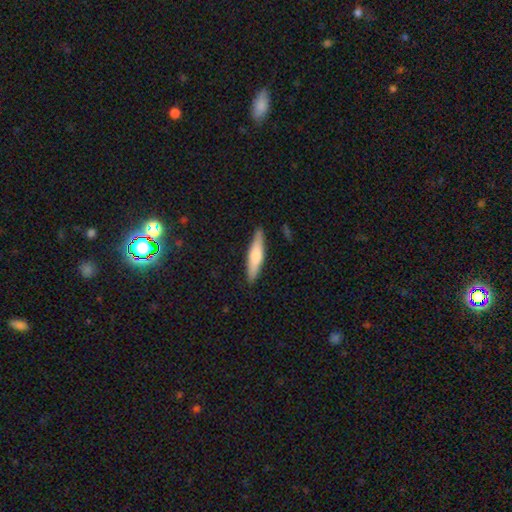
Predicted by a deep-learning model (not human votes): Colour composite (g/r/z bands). It shows a smooth galaxy with no disk features (65%) that is cigar-shaped (81%). Merging: none (89%).